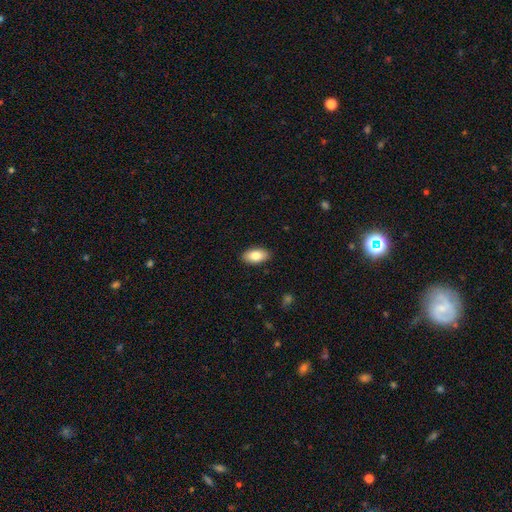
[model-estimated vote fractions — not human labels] A smooth galaxy with no disk features (83%) that is in between round and cigar-shaped (93%).

Vote fractions:
- Smooth or featured? smooth: 83% / featured or disk: 11% / star or artifact: 7%
- How rounded? in between: 93% / cigar-shaped: 4% / round: 4%
- Merging? none: 89% / minor disturbance: 8% / major disturbance: 2% / merger: 1%